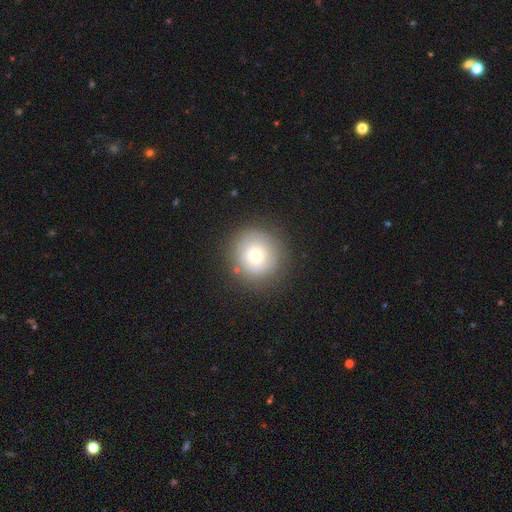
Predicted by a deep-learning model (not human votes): Q: Smooth or featured?
A: smooth (64%); runner-up: featured or disk (25%)
Q: How rounded?
A: round (94%); runner-up: in between (5%)
Q: Merging?
A: none (84%); runner-up: minor disturbance (10%)